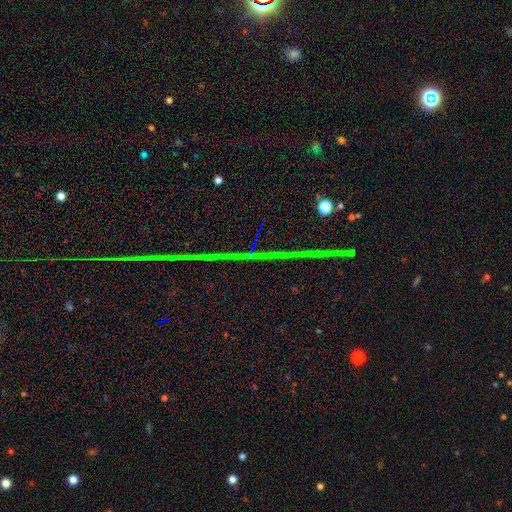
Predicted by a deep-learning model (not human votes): A star or artifact, not a galaxy (87%).

Vote fractions:
- Smooth or featured? star or artifact: 87% / featured or disk: 8% / smooth: 5%